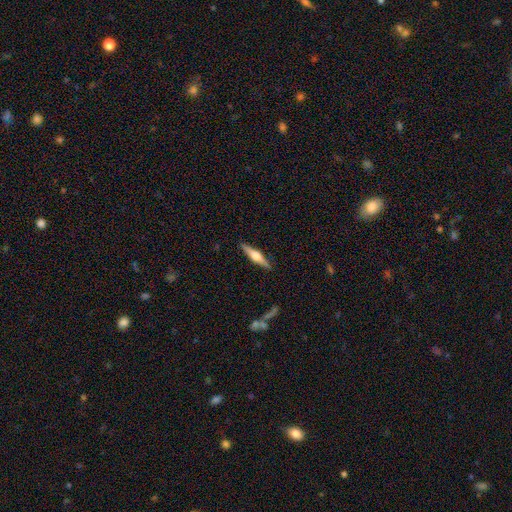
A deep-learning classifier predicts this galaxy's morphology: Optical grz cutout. It shows a featured or disk galaxy (68%) viewed edge-on (97%) with a rounded central bulge (92%). Merging: none (90%).